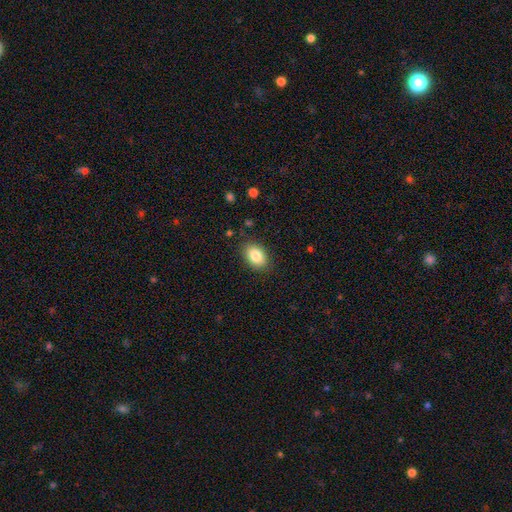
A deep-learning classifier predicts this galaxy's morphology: smooth_or_featured: smooth (p=0.85) [alt: star or artifact p=0.08]
how_rounded: in between (p=0.84) [alt: round p=0.15]
merging: none (p=0.86) [alt: minor disturbance p=0.10]